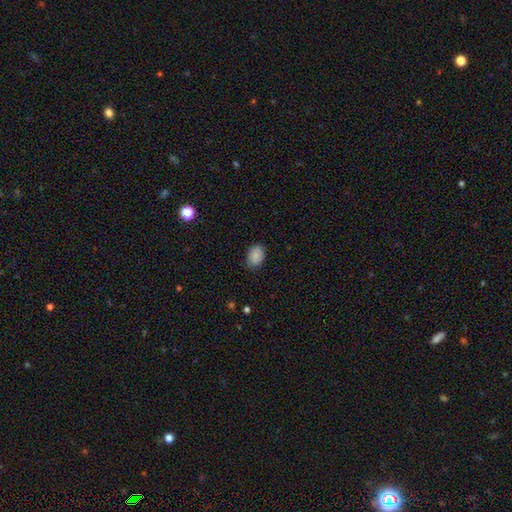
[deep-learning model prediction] This appears to be a smooth galaxy with no disk features (87%) that is in between round and cigar-shaped (78%). Merging: none (82%).